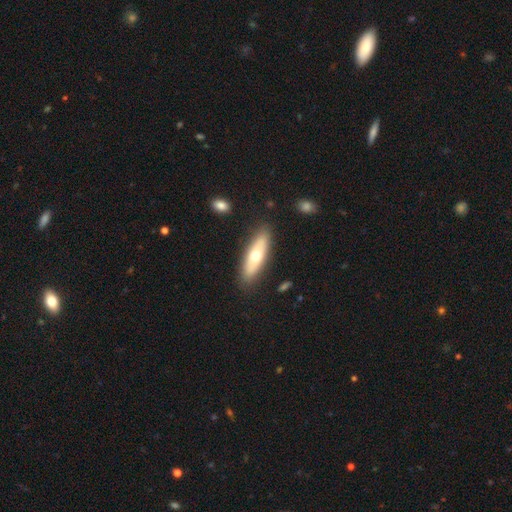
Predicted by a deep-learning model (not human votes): smooth_or_featured: smooth (p=0.56) [alt: featured or disk p=0.38]
how_rounded: cigar-shaped (p=0.49) [tied with: in between p=0.49]
merging: none (p=0.86) [alt: minor disturbance p=0.10]